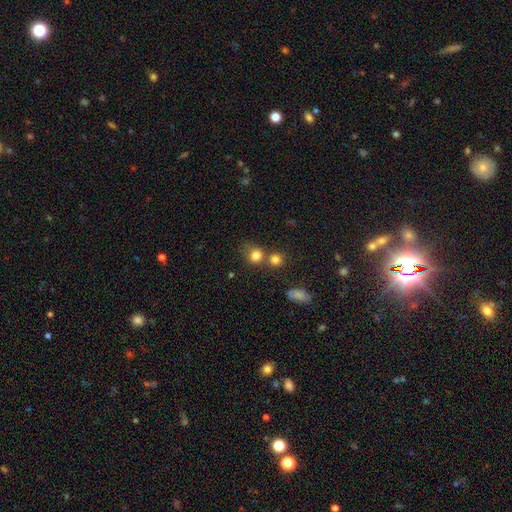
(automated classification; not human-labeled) Smooth or featured?
  - smooth: 80% *
  - star or artifact: 12%
  - featured or disk: 8%
How rounded?
  - round: 81% *
  - in between: 18%
  - cigar-shaped: 1%
Merging?
  - none: 52% *
  - merger: 31%
  - minor disturbance: 12%
  - major disturbance: 5%